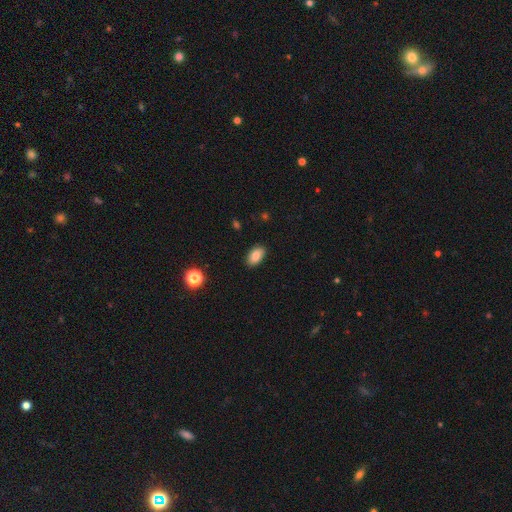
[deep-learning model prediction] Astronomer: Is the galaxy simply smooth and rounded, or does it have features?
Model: smooth — 85%.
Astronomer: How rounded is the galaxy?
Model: in between — 93%.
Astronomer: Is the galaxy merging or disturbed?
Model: none — 88%.